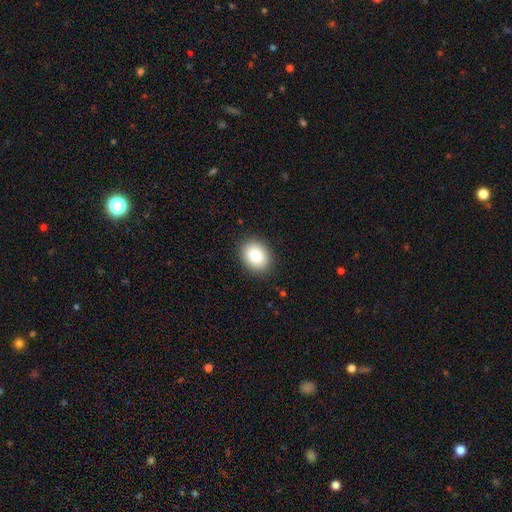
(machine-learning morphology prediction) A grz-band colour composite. It shows a smooth galaxy with no disk features (84%) that is in between round and cigar-shaped (60%). Merging: none (89%).